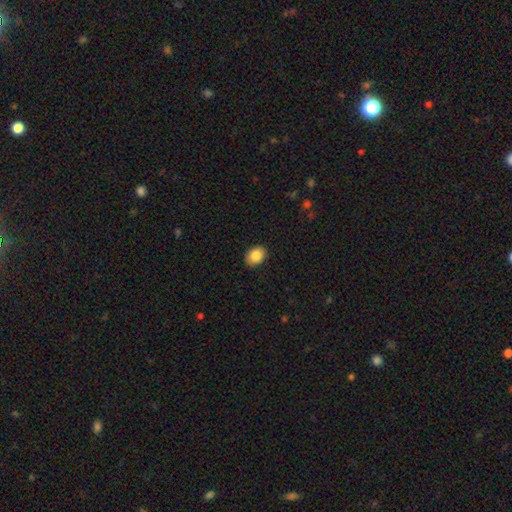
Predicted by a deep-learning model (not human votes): Smooth or featured?
  - smooth: 86% *
  - star or artifact: 8%
  - featured or disk: 6%
How rounded?
  - in between: 73% *
  - round: 26%
  - cigar-shaped: 1%
Merging?
  - none: 89% *
  - minor disturbance: 8%
  - major disturbance: 2%
  - merger: 1%